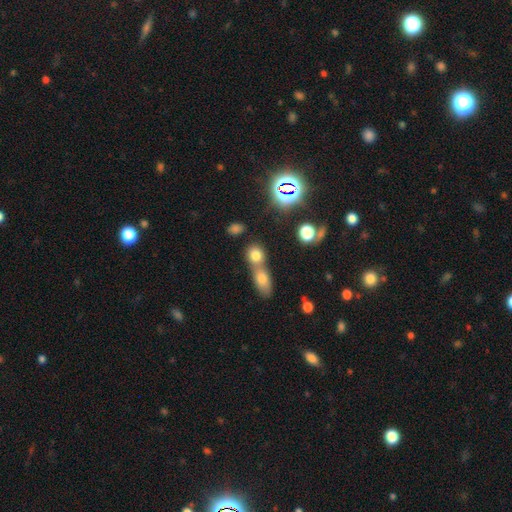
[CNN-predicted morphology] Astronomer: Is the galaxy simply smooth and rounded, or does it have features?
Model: smooth — 72%.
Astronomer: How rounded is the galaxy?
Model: round — 59% (runner-up: in between, 37%).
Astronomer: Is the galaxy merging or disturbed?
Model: merger — 57% (runner-up: none, 35%).